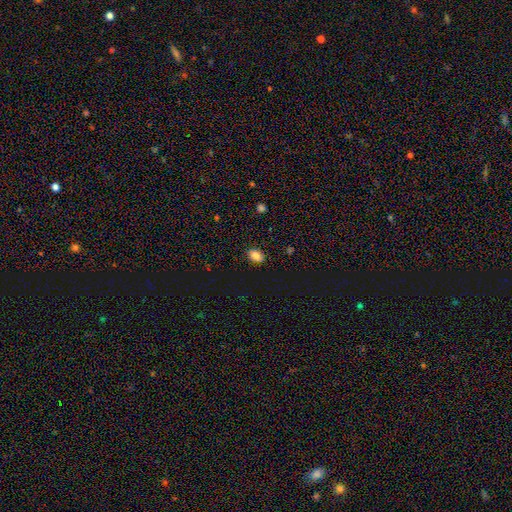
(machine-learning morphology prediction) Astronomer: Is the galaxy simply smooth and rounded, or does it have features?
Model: smooth — 82%.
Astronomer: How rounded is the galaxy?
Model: in between — 84%.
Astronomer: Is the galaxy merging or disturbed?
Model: none — 86%.